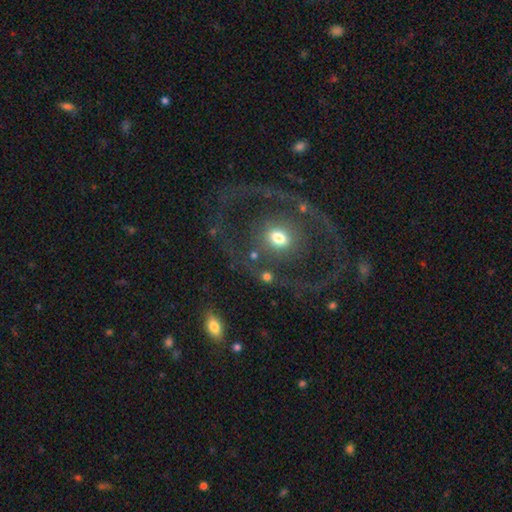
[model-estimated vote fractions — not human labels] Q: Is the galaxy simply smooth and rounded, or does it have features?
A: featured or disk — 63%.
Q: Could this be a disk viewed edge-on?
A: no — 95%.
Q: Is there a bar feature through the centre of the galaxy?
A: no — 82%.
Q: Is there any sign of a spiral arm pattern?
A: no — 74%.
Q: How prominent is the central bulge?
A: moderate — 67%.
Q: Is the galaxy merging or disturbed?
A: none — 75%.